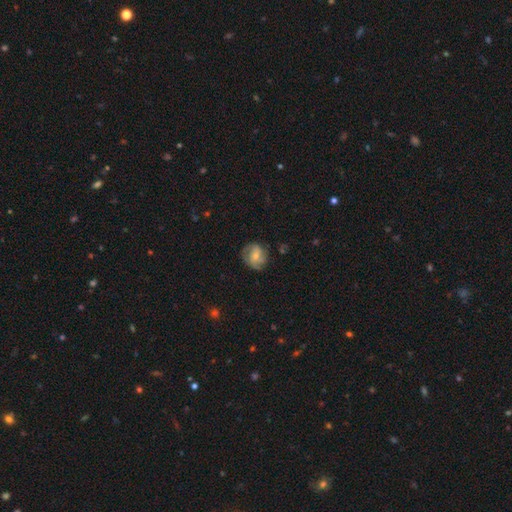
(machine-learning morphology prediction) type=featured or disk (59%); edge-on=no (97%); bar=no (51%); spiral arms=yes (87%); bulge=small (50%); merging=none (72%).